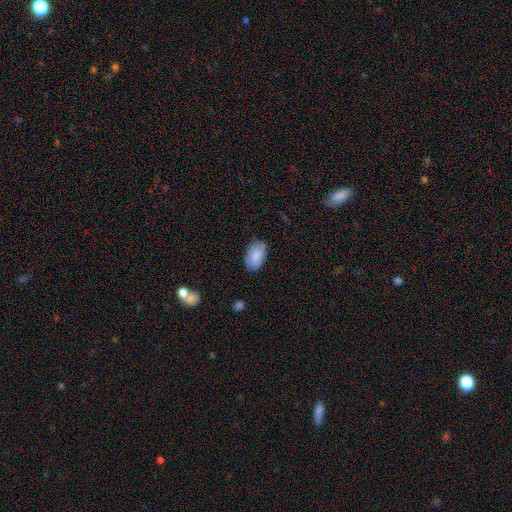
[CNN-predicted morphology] This appears to be a smooth galaxy with no disk features (84%) that is in between round and cigar-shaped (92%). Merging: none (79%).